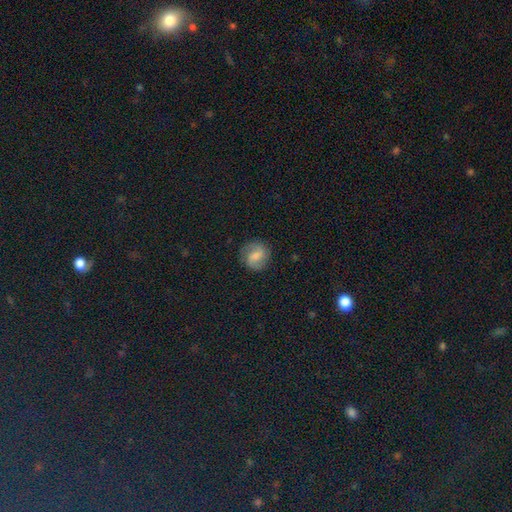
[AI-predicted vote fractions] This is possibly a featured or disk galaxy (54%). It is clearly not viewed edge-on (98%). Bar: possibly weak (52%). Spiral arm pattern: clearly yes (90%). Central bulge: marginally moderate (34%). Merging: clearly none (82%).